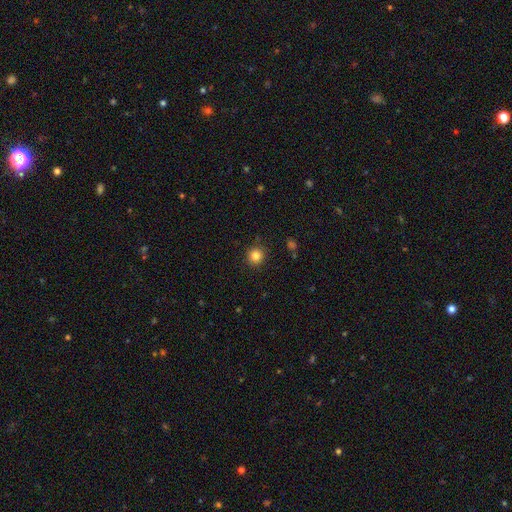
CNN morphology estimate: The model was most divided on "smooth or featured": smooth: 83%, star or artifact: 12%, featured or disk: 5%. More confident: how rounded — round (92%); merging — none (90%).